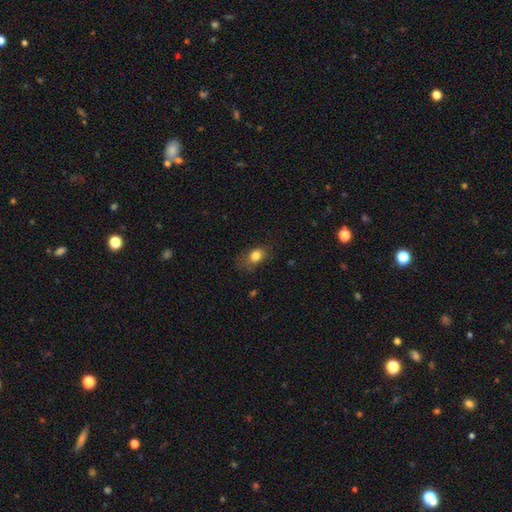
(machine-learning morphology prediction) type=smooth (80%); roundness=in between (71%); merging=none (60%).